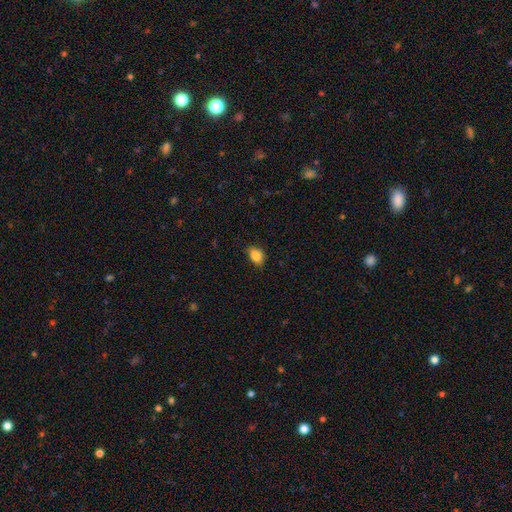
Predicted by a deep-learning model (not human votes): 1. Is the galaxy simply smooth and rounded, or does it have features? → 86% smooth, 9% star or artifact, 5% featured or disk.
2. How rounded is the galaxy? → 75% in between, 23% round, 2% cigar-shaped.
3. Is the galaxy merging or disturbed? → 75% none, 21% minor disturbance, 3% major disturbance, 1% merger.